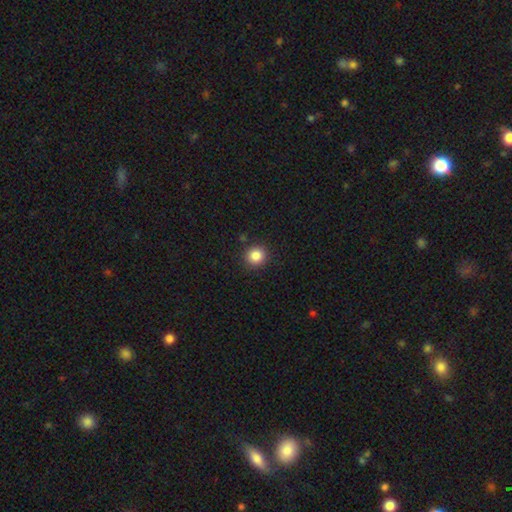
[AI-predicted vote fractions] Overall: smooth (85%). How rounded: round (90%). Merging: none (90%).